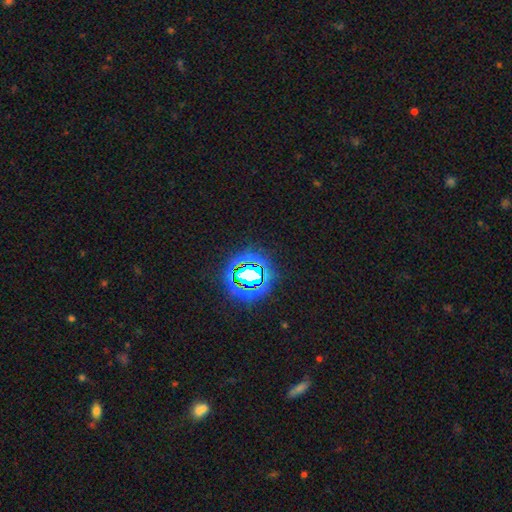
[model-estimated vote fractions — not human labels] Morphology: type=star or artifact (81%).